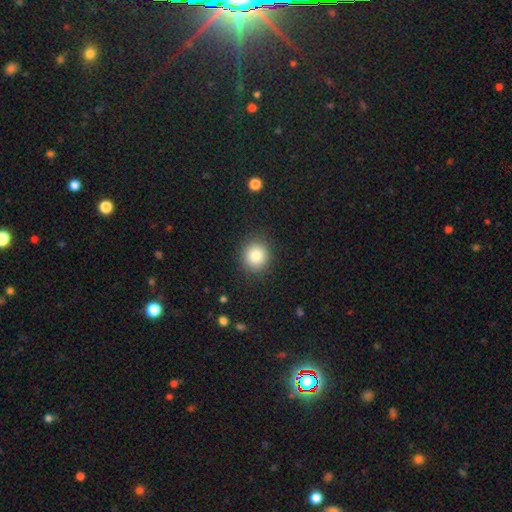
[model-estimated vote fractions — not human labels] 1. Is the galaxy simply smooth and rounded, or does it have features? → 84% smooth, 10% star or artifact, 6% featured or disk.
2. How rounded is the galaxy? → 88% round, 11% in between, 1% cigar-shaped.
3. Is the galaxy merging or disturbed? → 89% none, 7% minor disturbance, 2% major disturbance, 1% merger.